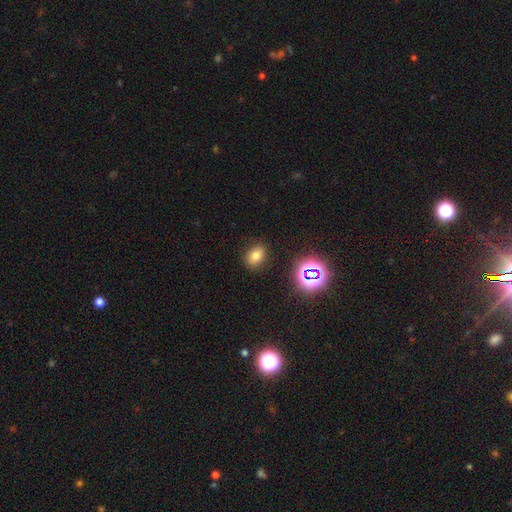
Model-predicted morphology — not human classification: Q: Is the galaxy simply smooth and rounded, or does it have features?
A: smooth — 73%.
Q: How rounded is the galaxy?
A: in between — 70%.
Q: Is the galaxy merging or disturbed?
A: none — 86%.